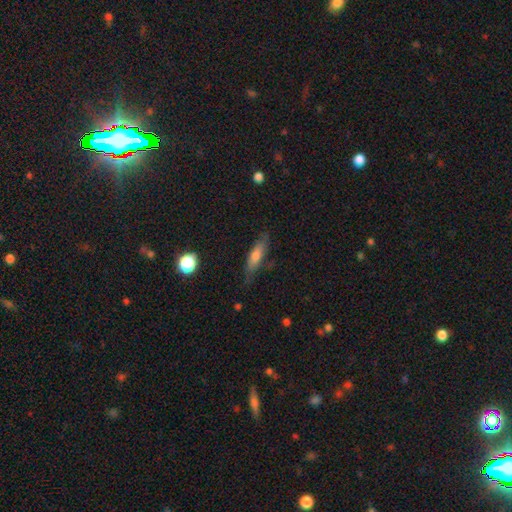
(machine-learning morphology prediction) type=smooth (61%); roundness=cigar-shaped (62%); merging=none (71%).